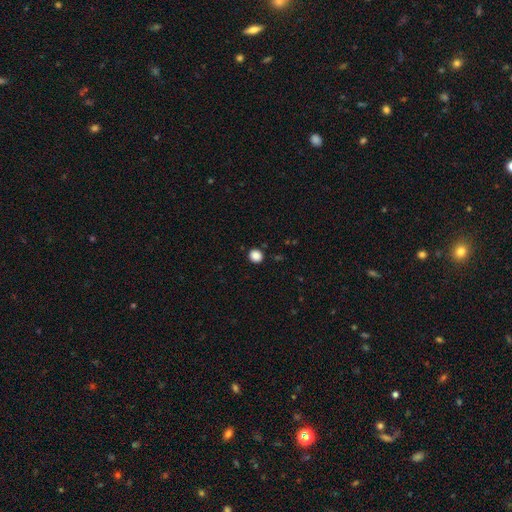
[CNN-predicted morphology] Smooth or featured? Predicted: smooth (p=0.87). How rounded? Predicted: round (p=0.88). Merging? Predicted: none (p=0.91).